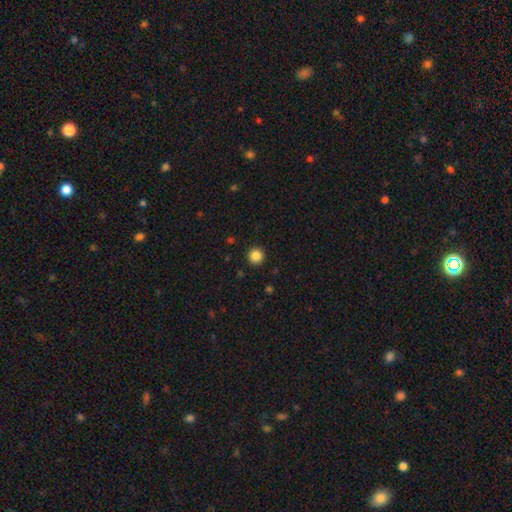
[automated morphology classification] smooth 86%, star or artifact 11%, featured or disk 3%. Down the decision tree: how rounded — round (95%); merging — none (93%).